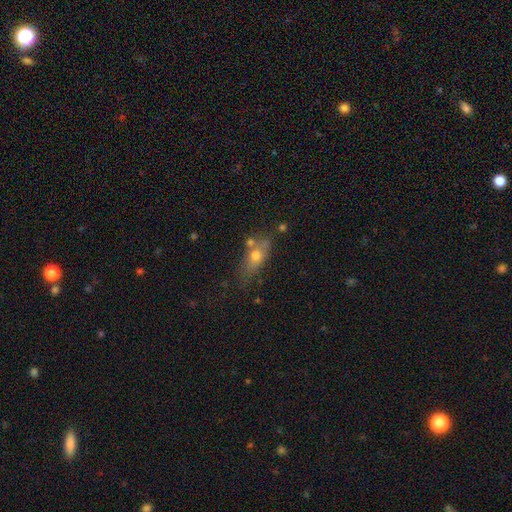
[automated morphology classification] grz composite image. It shows a smooth galaxy with no disk features (64%) that is in between round and cigar-shaped (71%). Merging: none (57%).